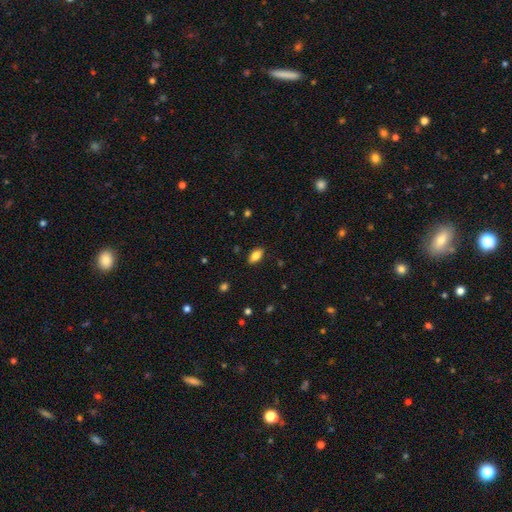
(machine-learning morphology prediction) smooth-or-featured: smooth: 81% | featured or disk: 11% | star or artifact: 8%
  how-rounded: in between: 89% | cigar-shaped: 7% | round: 3%
  merging: none: 87% | minor disturbance: 10% | major disturbance: 2% | merger: 1%